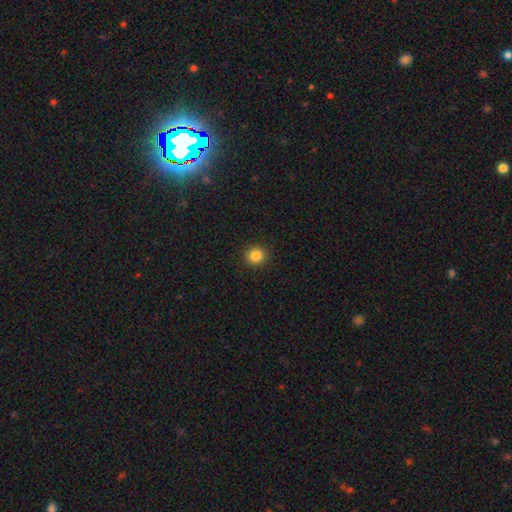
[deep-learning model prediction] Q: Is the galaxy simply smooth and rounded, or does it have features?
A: smooth — 85%.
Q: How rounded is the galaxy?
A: round — 90%.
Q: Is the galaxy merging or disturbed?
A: none — 92%.